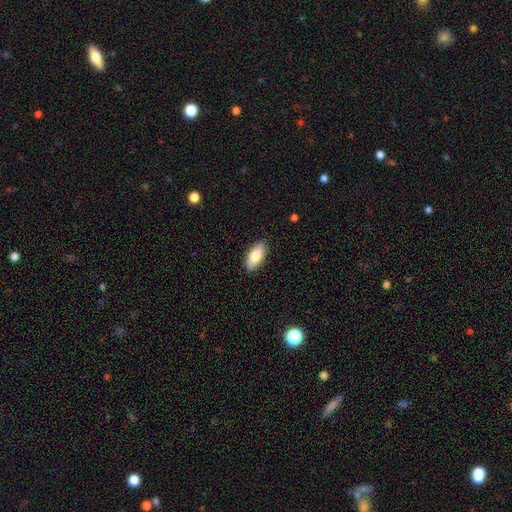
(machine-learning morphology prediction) Smooth or featured: smooth — 82% (featured or disk — 12%)
How rounded: in between — 85% (cigar-shaped — 13%)
Merging: none — 89% (minor disturbance — 8%)